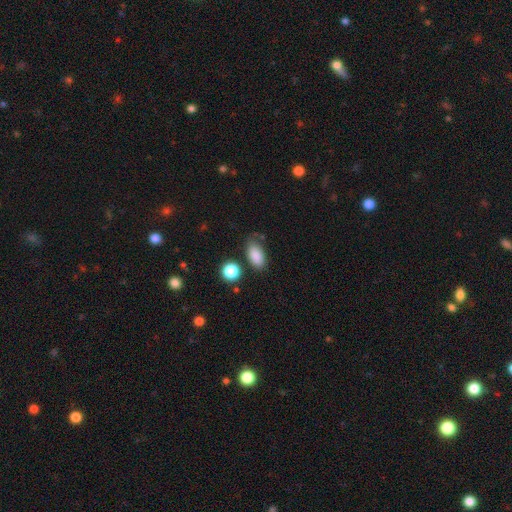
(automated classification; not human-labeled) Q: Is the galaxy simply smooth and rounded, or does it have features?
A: smooth — 86%.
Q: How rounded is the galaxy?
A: in between — 89%.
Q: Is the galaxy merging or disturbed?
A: none — 71%.